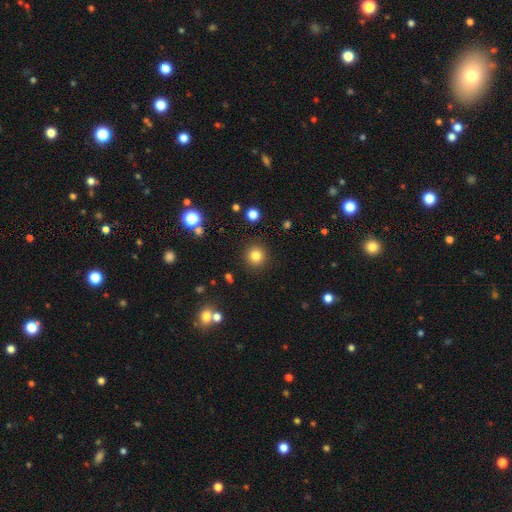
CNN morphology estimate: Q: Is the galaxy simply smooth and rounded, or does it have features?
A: smooth — 81%.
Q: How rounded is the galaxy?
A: round — 94%.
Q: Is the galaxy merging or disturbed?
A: none — 91%.